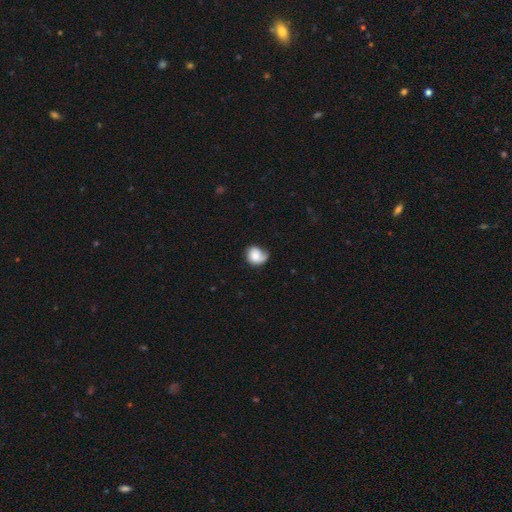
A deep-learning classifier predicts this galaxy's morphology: smooth 62%, featured or disk 30%, star or artifact 8%. Down the decision tree: how rounded — round (66%); merging — none (46%).